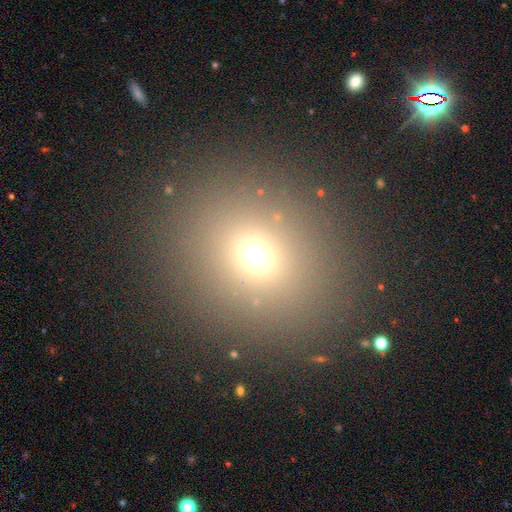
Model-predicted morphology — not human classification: This appears to be a smooth galaxy with no disk features (68%) that is round (75%). Merging: none (87%).